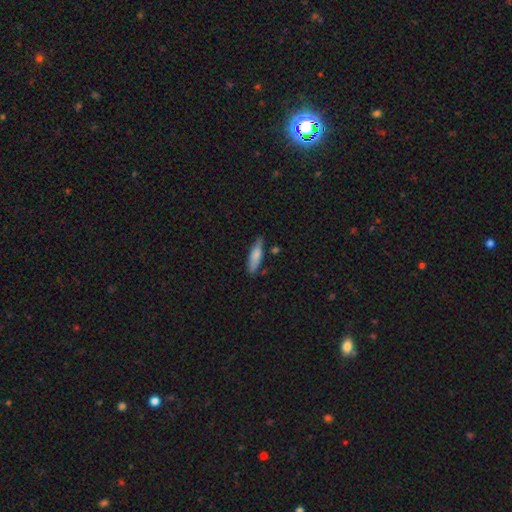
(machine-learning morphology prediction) Q: Smooth or featured?
A: smooth (79%); runner-up: featured or disk (15%)
Q: How rounded?
A: cigar-shaped (67%); runner-up: in between (32%)
Q: Merging?
A: none (75%); runner-up: minor disturbance (18%)